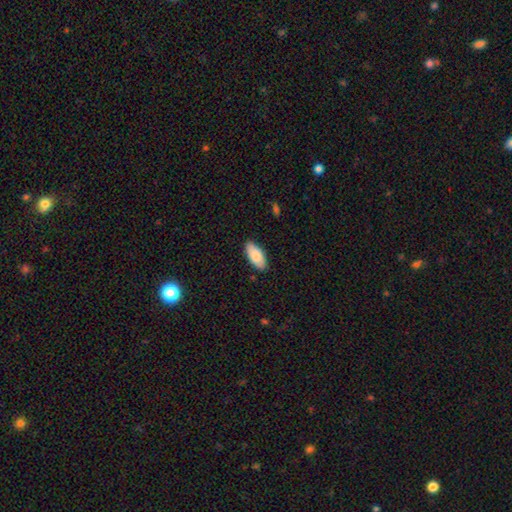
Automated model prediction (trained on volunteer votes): This appears to be a smooth galaxy with no disk features (83%) that is in between round and cigar-shaped (90%). Merging: none (86%).